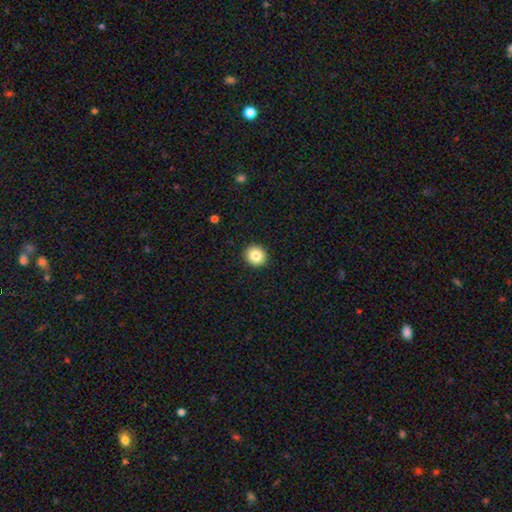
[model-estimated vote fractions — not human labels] Morphology: type=smooth (84%); roundness=round (87%); merging=none (93%).